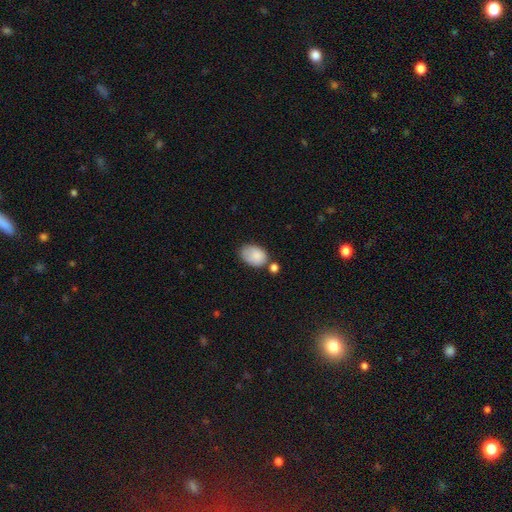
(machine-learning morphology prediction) A smooth galaxy with no disk features (84%) that is in between round and cigar-shaped (86%). Merging: none (47%).